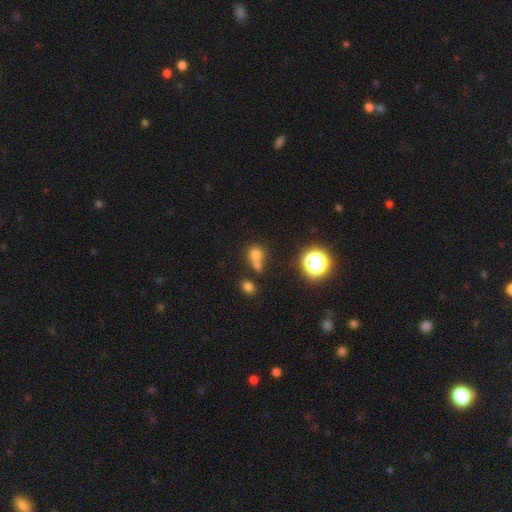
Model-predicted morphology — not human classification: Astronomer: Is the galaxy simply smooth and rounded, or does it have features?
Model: smooth — 67%.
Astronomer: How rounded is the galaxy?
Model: round — 69%.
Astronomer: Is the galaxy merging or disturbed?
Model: merger — 42% (runner-up: none, 37%).